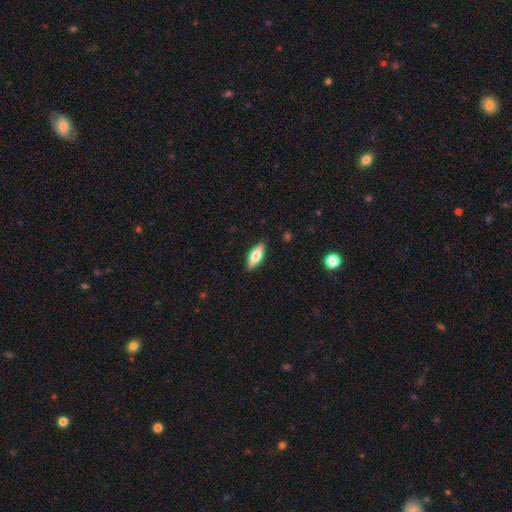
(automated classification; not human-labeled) Q: Smooth or featured?
A: smooth (53%); runner-up: featured or disk (41%)
Q: How rounded?
A: in between (59%); runner-up: cigar-shaped (38%)
Q: Merging?
A: none (89%); runner-up: minor disturbance (8%)